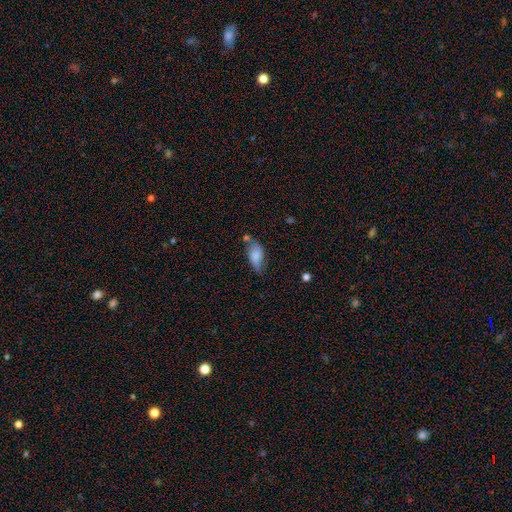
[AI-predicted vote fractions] Morphology: type=smooth (61%); roundness=in between (88%); merging=none (43%).